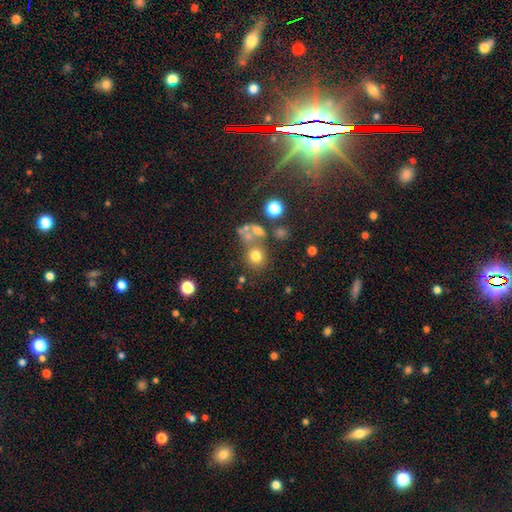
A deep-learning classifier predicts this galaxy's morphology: type=smooth (70%); roundness=round (84%); merging=none (59%).